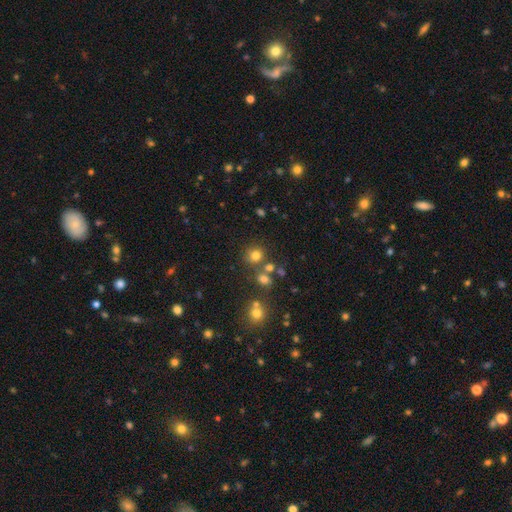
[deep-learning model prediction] Q: Smooth or featured?
A: smooth (74%); runner-up: star or artifact (18%)
Q: How rounded?
A: round (84%); runner-up: in between (15%)
Q: Merging?
A: none (70%); runner-up: merger (16%)